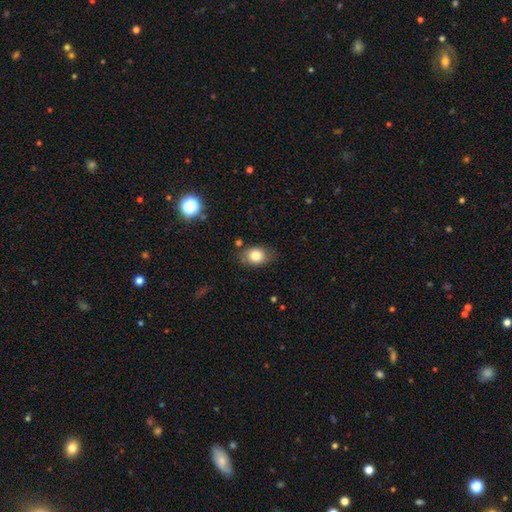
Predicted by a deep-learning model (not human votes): Morphology: type=smooth (81%); roundness=in between (67%); merging=none (74%).